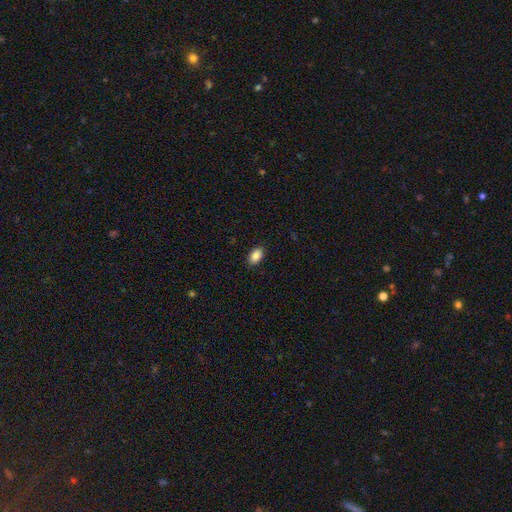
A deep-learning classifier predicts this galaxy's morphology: type=smooth (88%); roundness=in between (91%); merging=none (88%).